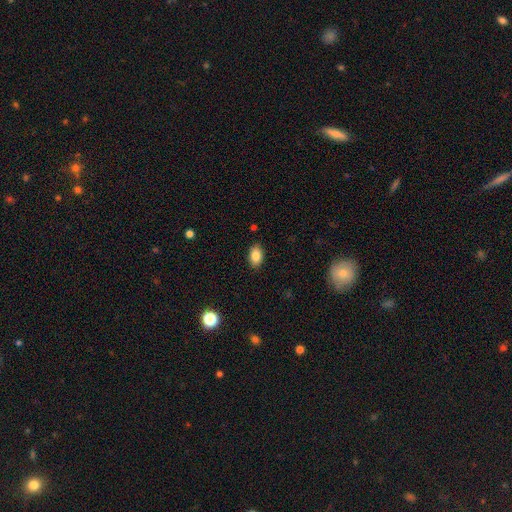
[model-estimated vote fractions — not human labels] Morphology: type=smooth (85%); roundness=in between (88%); merging=none (88%).